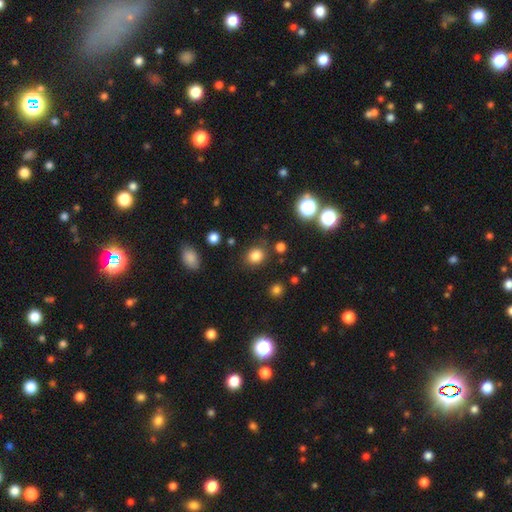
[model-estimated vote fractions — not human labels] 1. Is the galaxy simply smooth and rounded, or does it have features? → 82% smooth, 13% star or artifact, 5% featured or disk.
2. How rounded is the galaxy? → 70% round, 29% in between, 1% cigar-shaped.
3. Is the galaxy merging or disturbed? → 82% none, 11% minor disturbance, 4% major disturbance, 3% merger.